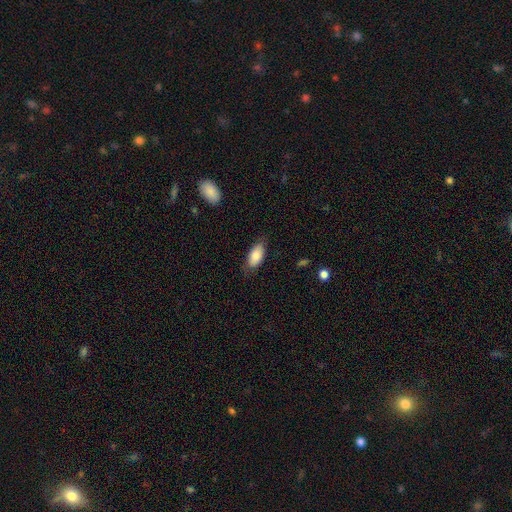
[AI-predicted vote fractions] smooth-or-featured: smooth: 83% | featured or disk: 10% | star or artifact: 6%
  how-rounded: in between: 91% | cigar-shaped: 6% | round: 3%
  merging: none: 73% | minor disturbance: 21% | major disturbance: 5% | merger: 1%